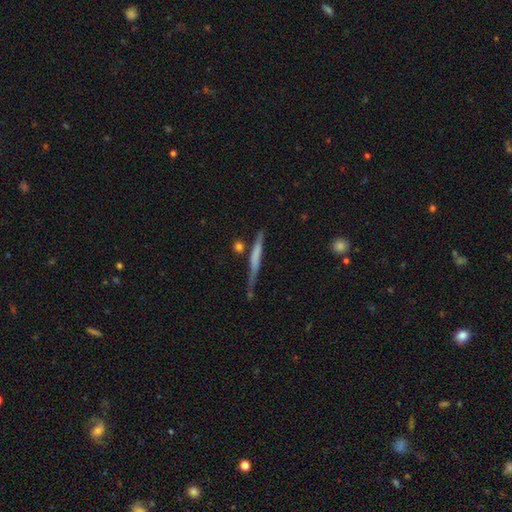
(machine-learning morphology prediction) Smooth or featured? smooth (50%)
How rounded? cigar-shaped (94%)
Merging? none (63%)